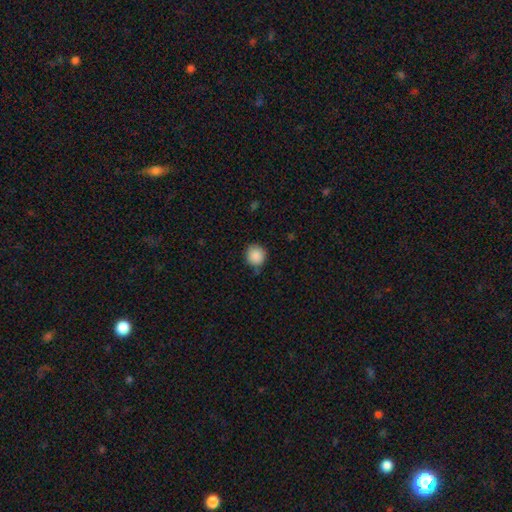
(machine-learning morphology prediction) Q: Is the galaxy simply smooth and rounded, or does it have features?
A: smooth — 88%.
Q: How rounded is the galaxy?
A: round — 91%.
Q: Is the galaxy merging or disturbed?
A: none — 75%.